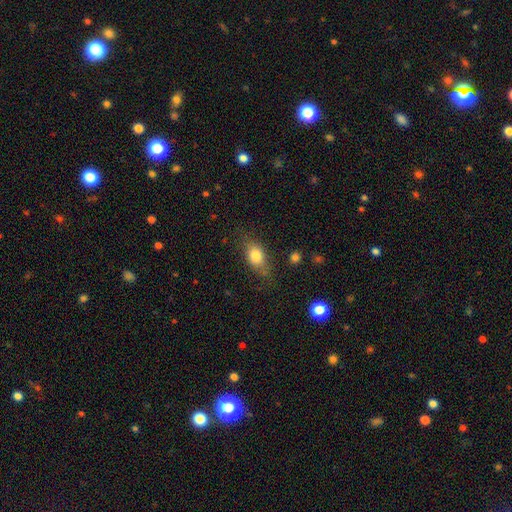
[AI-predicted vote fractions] Overall: smooth (78%). How rounded: in between (78%). Merging: none (69%).